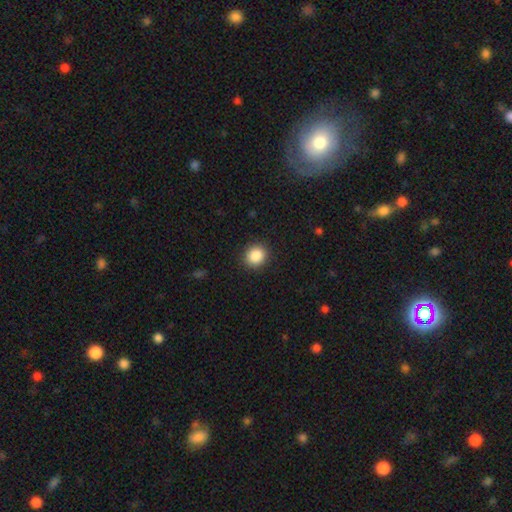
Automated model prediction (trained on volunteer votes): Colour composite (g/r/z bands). It shows a smooth galaxy with no disk features (87%) that is round (80%). Merging: none (90%).